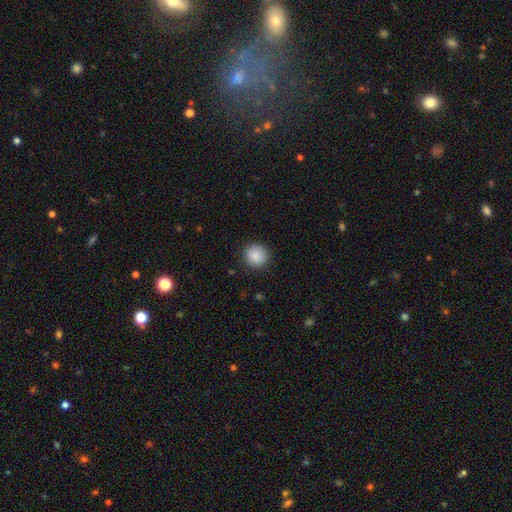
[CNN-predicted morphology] This is clearly a smooth galaxy (88%). How rounded: clearly round (93%). Merging: clearly none (90%).